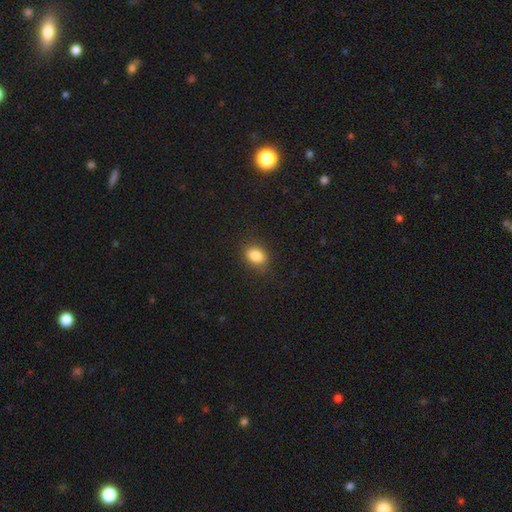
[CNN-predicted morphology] smooth 85%, star or artifact 10%, featured or disk 6%. Down the decision tree: how rounded — in between (70%); merging — none (83%).